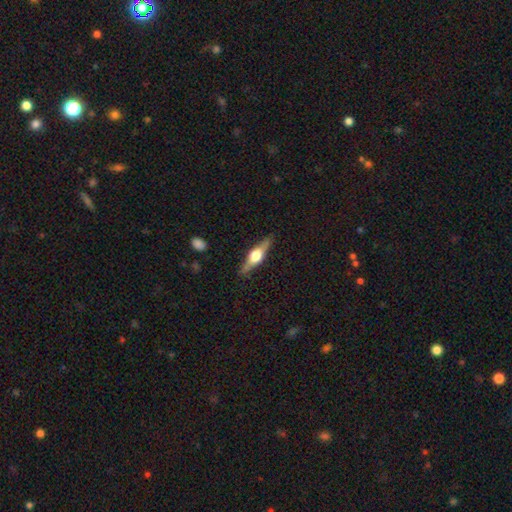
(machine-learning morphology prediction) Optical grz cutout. It shows a featured or disk galaxy (70%) viewed edge-on (97%) with a rounded central bulge (94%). Merging: none (87%).